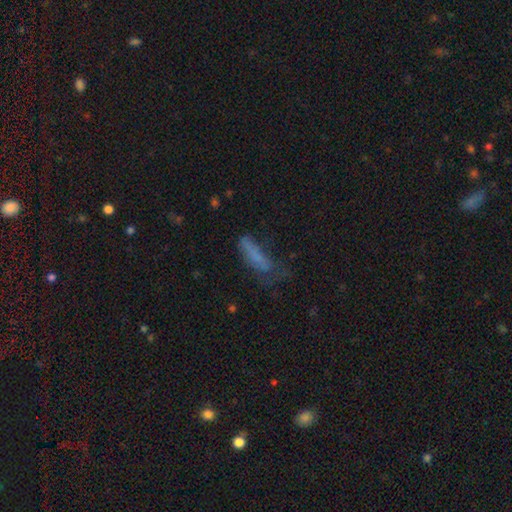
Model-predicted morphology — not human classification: Smooth or featured?
  - smooth: 68% *
  - featured or disk: 19%
  - star or artifact: 13%
How rounded?
  - cigar-shaped: 67% *
  - in between: 31%
  - round: 2%
Merging?
  - none: 40% *
  - minor disturbance: 29%
  - major disturbance: 27%
  - merger: 4%